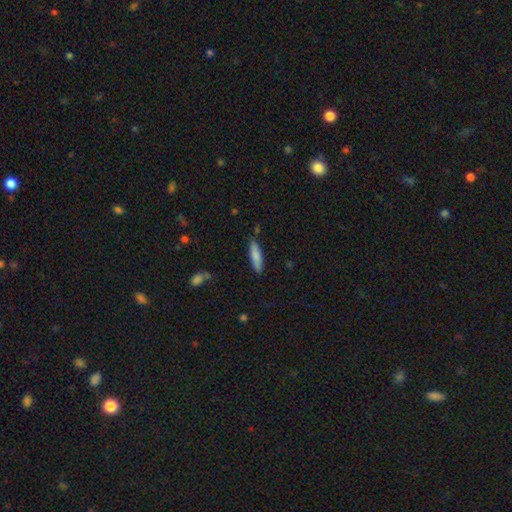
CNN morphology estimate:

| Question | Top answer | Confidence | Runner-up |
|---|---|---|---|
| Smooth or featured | smooth | 81% | featured or disk (13%) |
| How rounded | cigar-shaped | 69% | in between (29%) |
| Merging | none | 84% | minor disturbance (12%) |